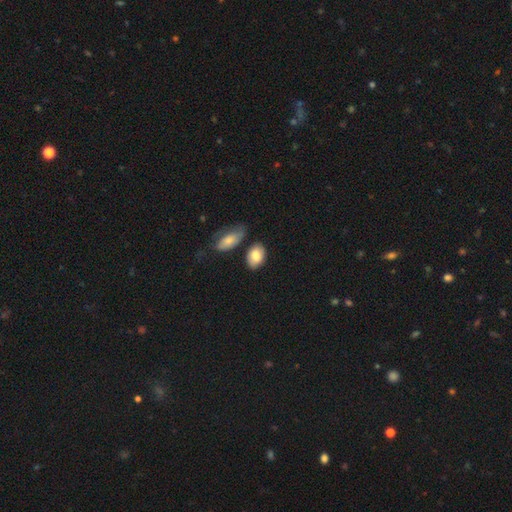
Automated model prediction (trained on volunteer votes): Overall: smooth (82%). How rounded: in between (89%). Merging: none (69%).